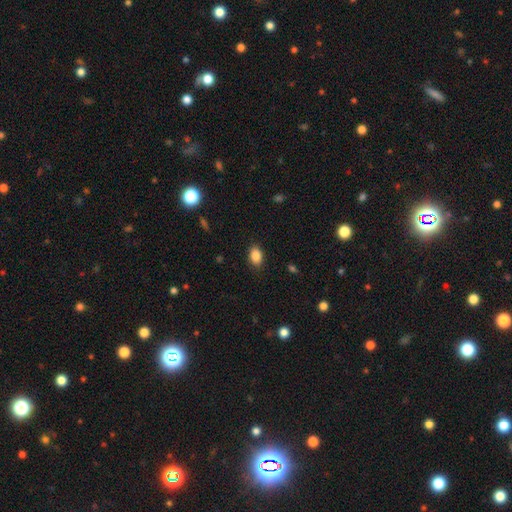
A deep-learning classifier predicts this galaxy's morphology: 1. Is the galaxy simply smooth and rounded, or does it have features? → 87% smooth, 9% star or artifact, 5% featured or disk.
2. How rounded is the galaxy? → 83% in between, 16% round, 1% cigar-shaped.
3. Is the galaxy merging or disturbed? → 87% none, 10% minor disturbance, 2% major disturbance, 1% merger.